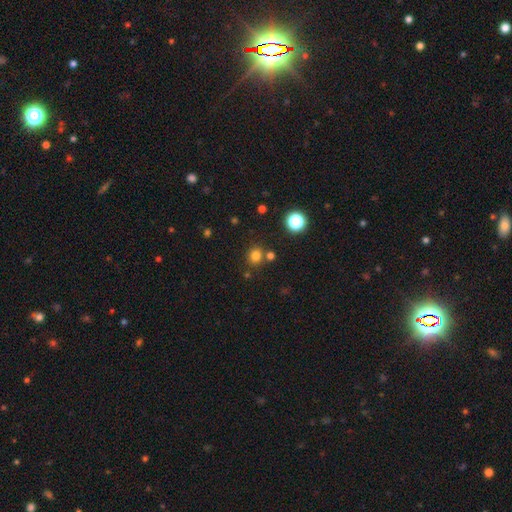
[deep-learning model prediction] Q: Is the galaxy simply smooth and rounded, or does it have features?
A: smooth — 77%.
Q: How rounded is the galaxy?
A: round — 87%.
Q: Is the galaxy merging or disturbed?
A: none — 78%.